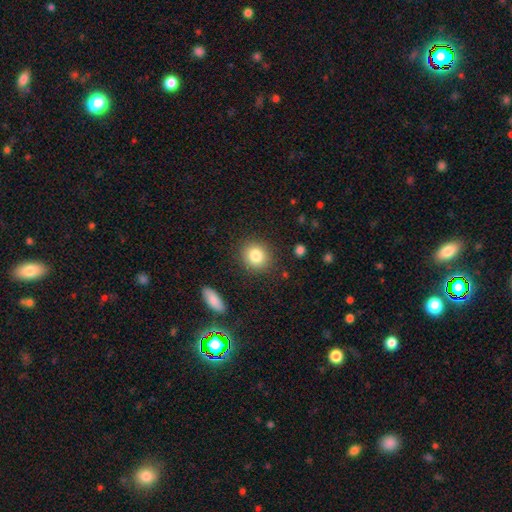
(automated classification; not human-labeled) This is clearly a smooth galaxy (83%). How rounded: clearly round (82%). Merging: clearly none (88%).